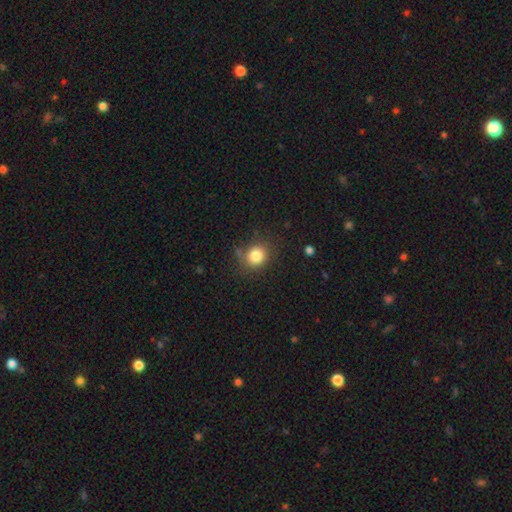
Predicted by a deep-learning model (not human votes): Overall: smooth (82%). How rounded: round (78%). Merging: none (77%).